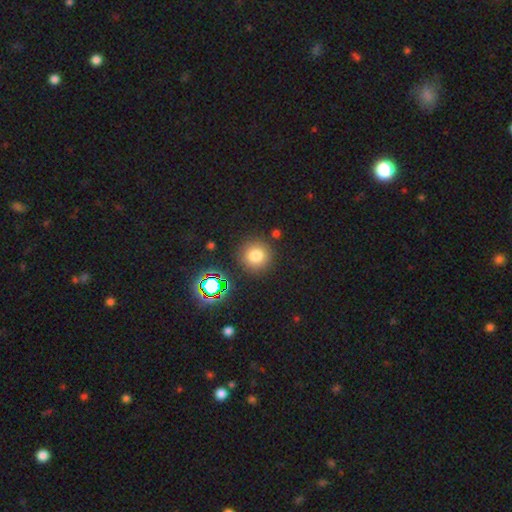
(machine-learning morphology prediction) A smooth galaxy with no disk features (76%) that is round (93%). Merging: none (87%).